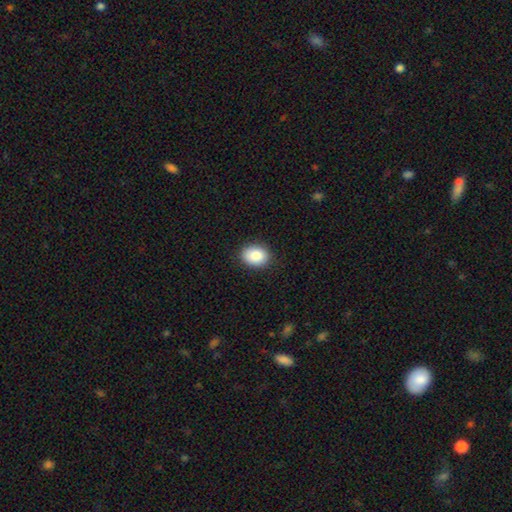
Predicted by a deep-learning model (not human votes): Q: Smooth or featured?
A: smooth (87%); runner-up: star or artifact (8%)
Q: How rounded?
A: in between (58%); runner-up: round (41%)
Q: Merging?
A: none (89%); runner-up: minor disturbance (8%)